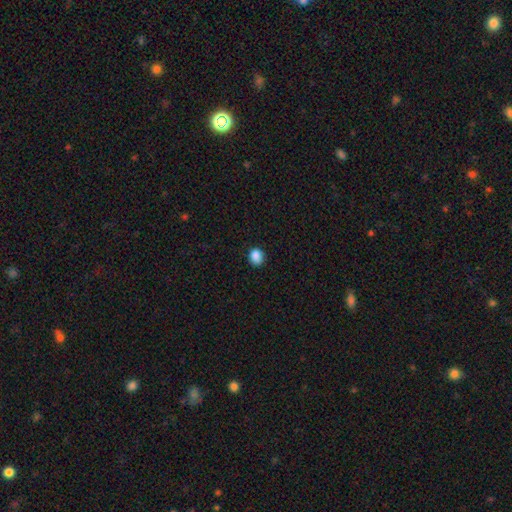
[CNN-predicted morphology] This appears to be a smooth galaxy with no disk features (87%) that is round (70%). Merging: none (85%).